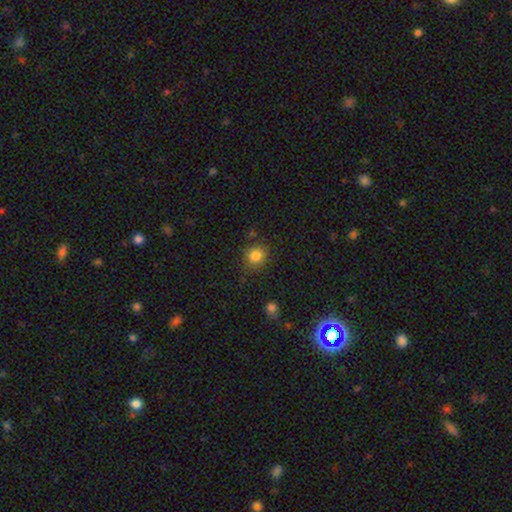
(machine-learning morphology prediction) smooth_or_featured: smooth (p=0.83) [alt: star or artifact p=0.11]
how_rounded: round (p=0.82) [alt: in between p=0.17]
merging: none (p=0.81) [alt: minor disturbance p=0.13]